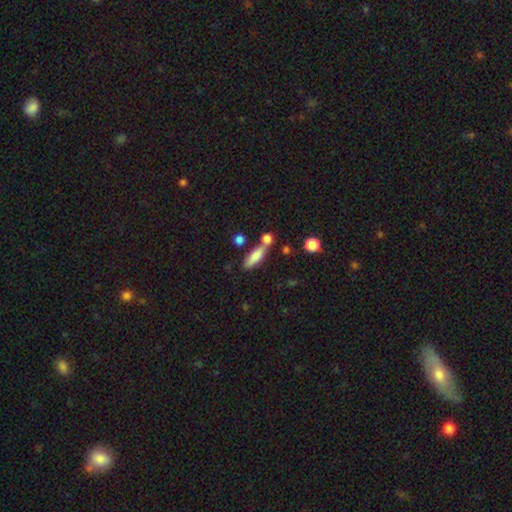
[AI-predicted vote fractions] A smooth galaxy with no disk features (74%) that is cigar-shaped (56%). Merging: none (59%).